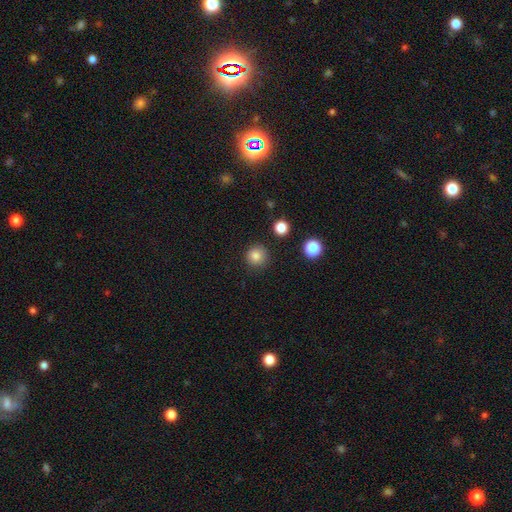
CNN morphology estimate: smooth_or_featured: smooth (p=0.84) [alt: star or artifact p=0.11]
how_rounded: round (p=0.94) [alt: in between p=0.05]
merging: none (p=0.89) [alt: minor disturbance p=0.07]